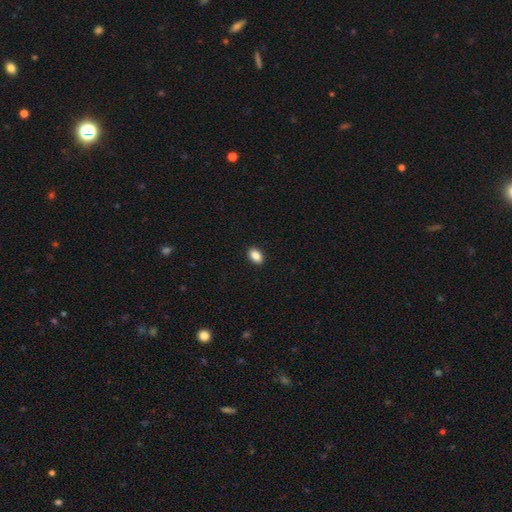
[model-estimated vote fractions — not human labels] Smooth or featured? smooth (88%)
How rounded? in between (86%)
Merging? none (91%)